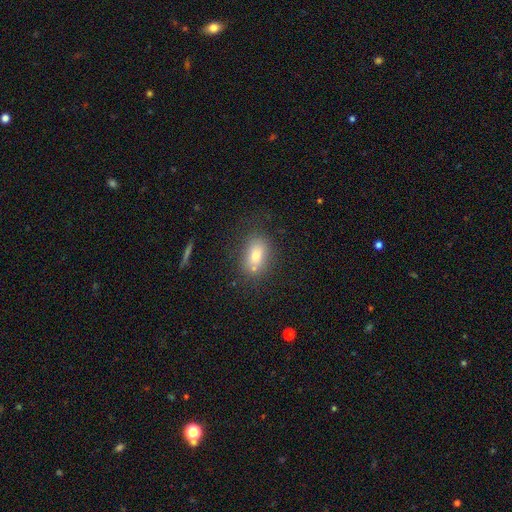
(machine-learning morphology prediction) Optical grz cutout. It shows a smooth galaxy with no disk features (74%) that is in between round and cigar-shaped (77%). Merging: none (66%).